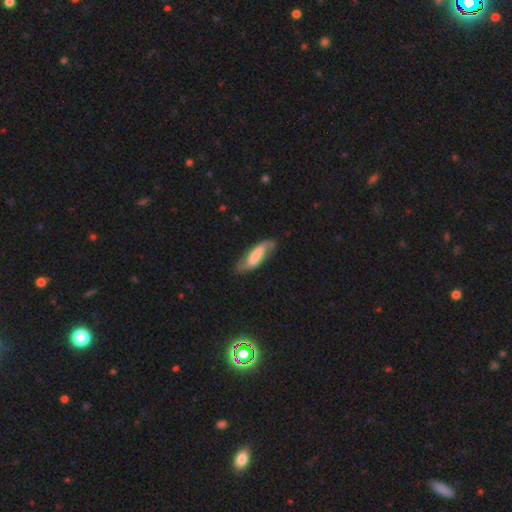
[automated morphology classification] This is possibly a featured or disk galaxy (50%). It is clearly not viewed edge-on (81%). Merging: likely none (67%).